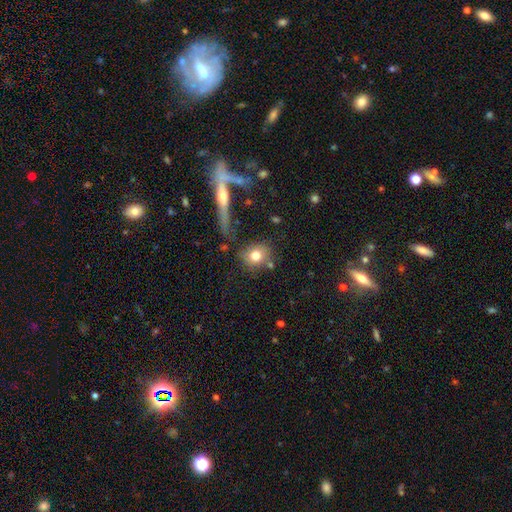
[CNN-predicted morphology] Smooth or featured? smooth (77%)
How rounded? round (74%)
Merging? none (71%)